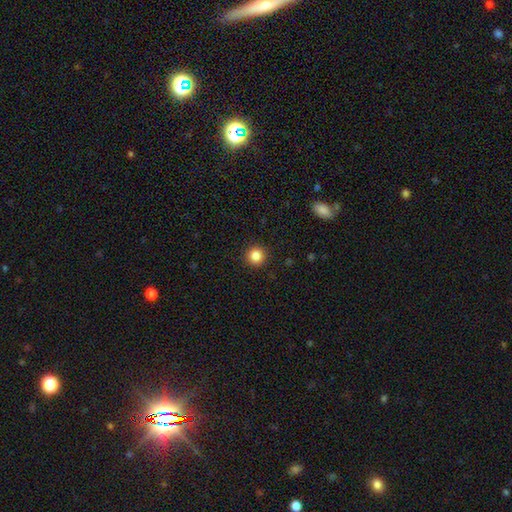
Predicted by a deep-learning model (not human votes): Smooth or featured? smooth (85%)
How rounded? round (94%)
Merging? none (92%)